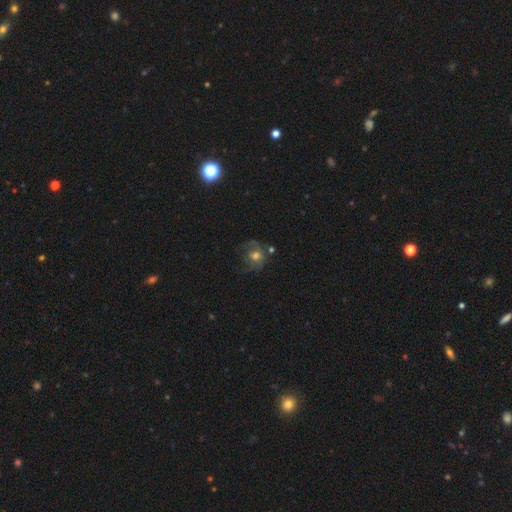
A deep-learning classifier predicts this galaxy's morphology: Smooth or featured? Predicted: smooth (p=0.46). Merging? Predicted: none (p=0.45).